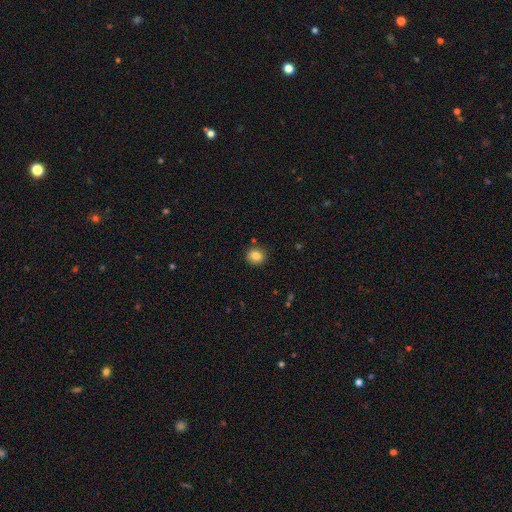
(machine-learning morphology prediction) A smooth galaxy with no disk features (83%) that is round (74%). Merging: none (87%).